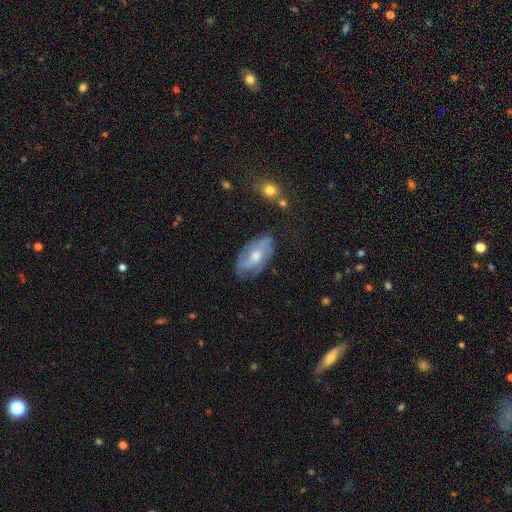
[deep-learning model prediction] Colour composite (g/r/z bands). It shows a featured or disk galaxy (59%) with no bar (51%), spiral arms (74%) and a moderate central bulge (64%). Merging: none (66%).